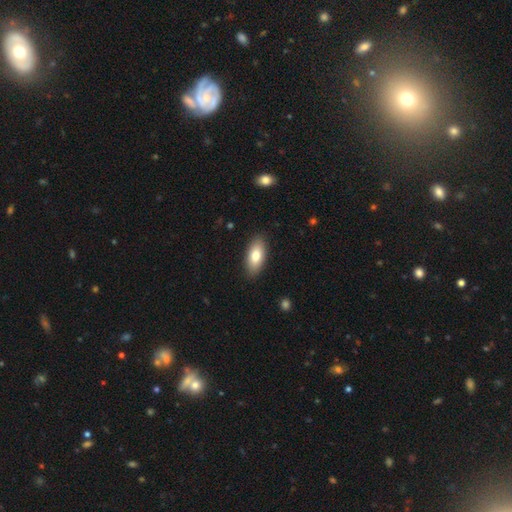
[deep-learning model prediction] Smooth or featured? smooth (78%)
How rounded? in between (88%)
Merging? none (88%)